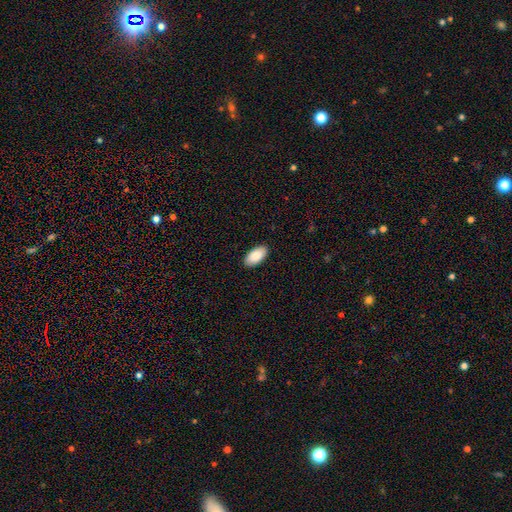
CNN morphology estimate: smooth-or-featured: smooth: 89% | star or artifact: 6% | featured or disk: 5%
  how-rounded: in between: 96% | cigar-shaped: 3% | round: 2%
  merging: none: 90% | minor disturbance: 8% | major disturbance: 2% | merger: 1%